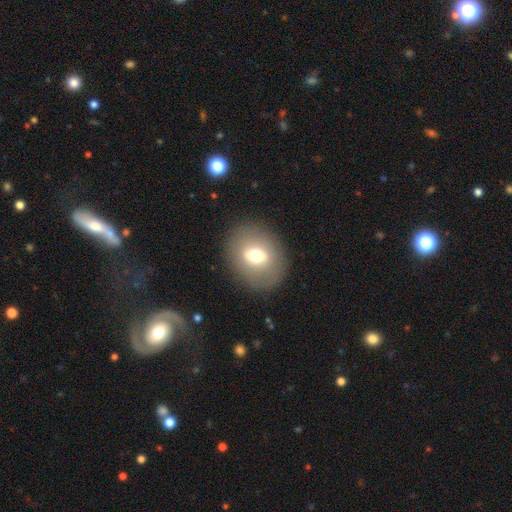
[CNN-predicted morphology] Smooth or featured? smooth (62%)
How rounded? in between (50%)
Merging? none (86%)